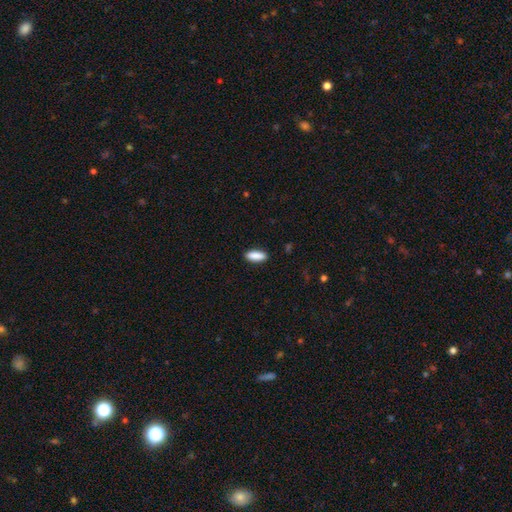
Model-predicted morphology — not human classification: smooth-or-featured: smooth: 89% | star or artifact: 6% | featured or disk: 5%
  how-rounded: in between: 70% | cigar-shaped: 28% | round: 2%
  merging: none: 89% | minor disturbance: 8% | major disturbance: 2% | merger: 1%